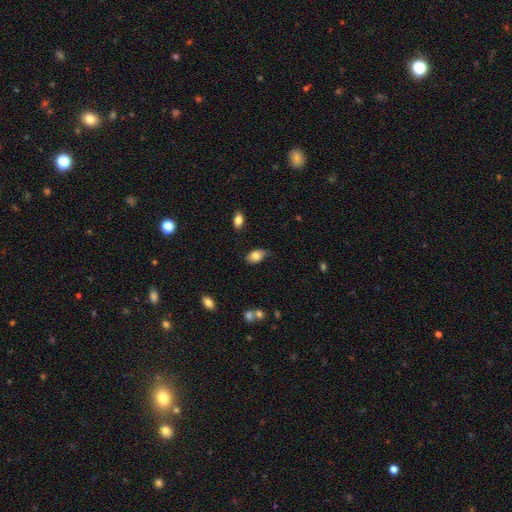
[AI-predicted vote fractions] Smooth or featured? smooth (78%)
How rounded? in between (90%)
Merging? none (63%)